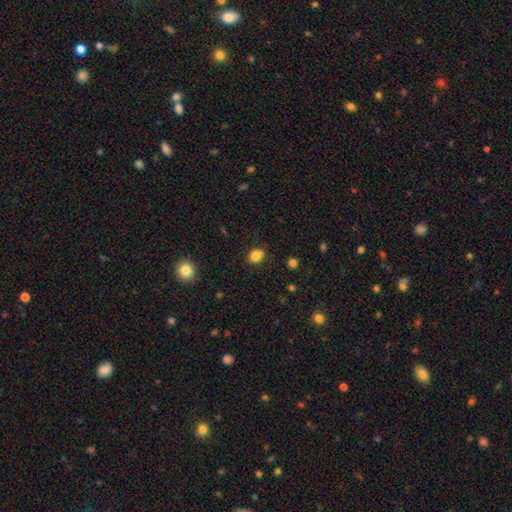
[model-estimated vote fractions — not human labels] Smooth or featured?
  - smooth: 83% *
  - star or artifact: 12%
  - featured or disk: 5%
How rounded?
  - round: 54% *
  - in between: 45%
  - cigar-shaped: 1%
Merging?
  - none: 72% *
  - minor disturbance: 19%
  - major disturbance: 4%
  - merger: 4%